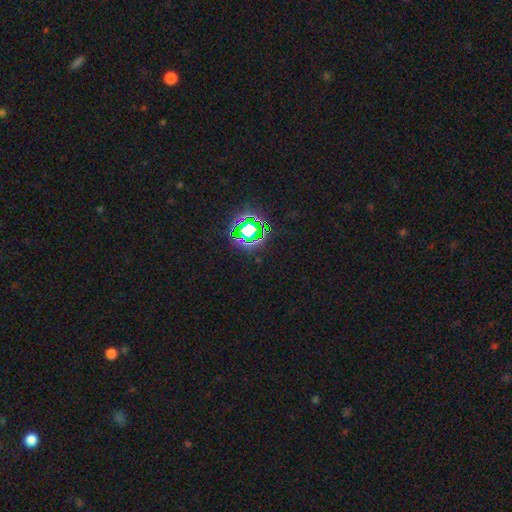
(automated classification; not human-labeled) The model was most divided on "smooth or featured": star or artifact: 80%, smooth: 13%, featured or disk: 7%.